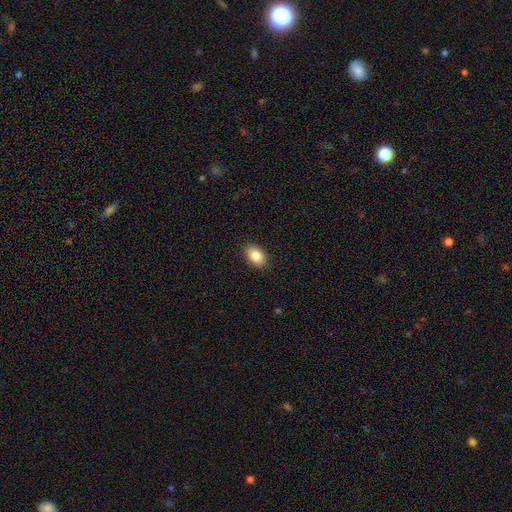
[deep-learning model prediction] A smooth galaxy with no disk features (85%) that is in between round and cigar-shaped (88%).

Vote fractions:
- Smooth or featured? smooth: 85% / star or artifact: 8% / featured or disk: 7%
- How rounded? in between: 88% / round: 11% / cigar-shaped: 1%
- Merging? none: 89% / minor disturbance: 8% / major disturbance: 2% / merger: 1%